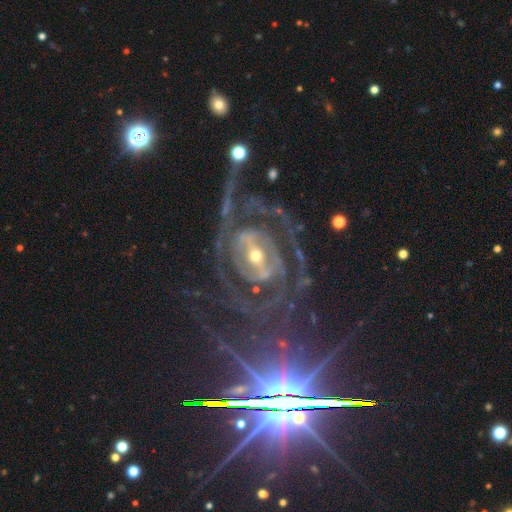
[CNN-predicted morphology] featured or disk 83%, star or artifact 13%, smooth 4%. Down the decision tree: edge-on disk — no (95%); bar — weak (36%); spiral arms — yes (94%); spiral arm count — 2 (35%); spiral winding — tight (61%); bulge size — small (59%); merging — none (57%).